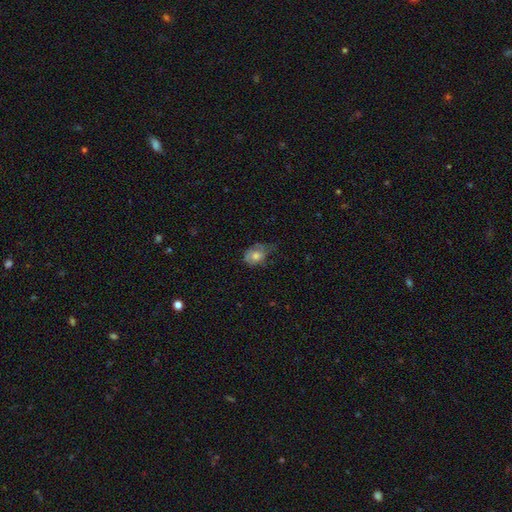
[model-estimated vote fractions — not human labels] Morphology: type=smooth (62%); roundness=in between (61%); merging=none (38%, tied with minor disturbance).